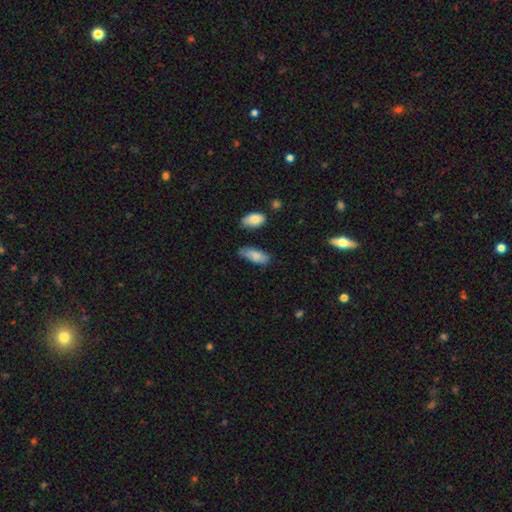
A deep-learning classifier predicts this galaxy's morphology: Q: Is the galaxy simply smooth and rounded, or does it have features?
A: smooth — 79%.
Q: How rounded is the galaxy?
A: in between — 81%.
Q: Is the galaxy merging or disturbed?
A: none — 53%.